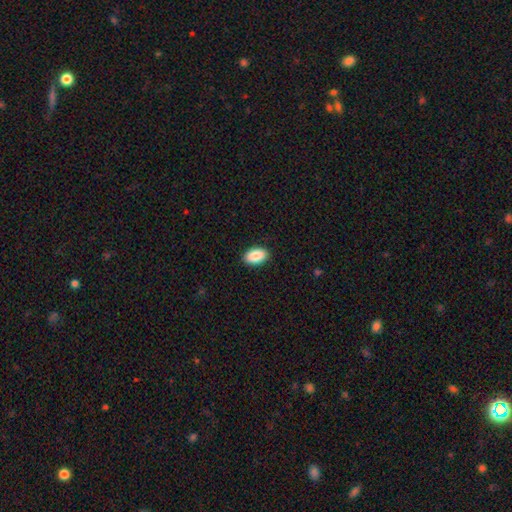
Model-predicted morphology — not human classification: smooth 90%, star or artifact 7%, featured or disk 4%. Down the decision tree: how rounded — in between (93%); merging — none (90%).